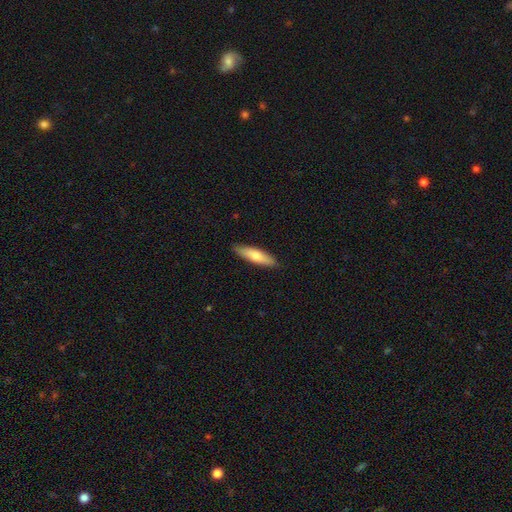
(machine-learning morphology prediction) Smooth or featured: smooth — 70% (featured or disk — 24%)
How rounded: cigar-shaped — 65% (in between — 34%)
Merging: none — 89% (minor disturbance — 8%)